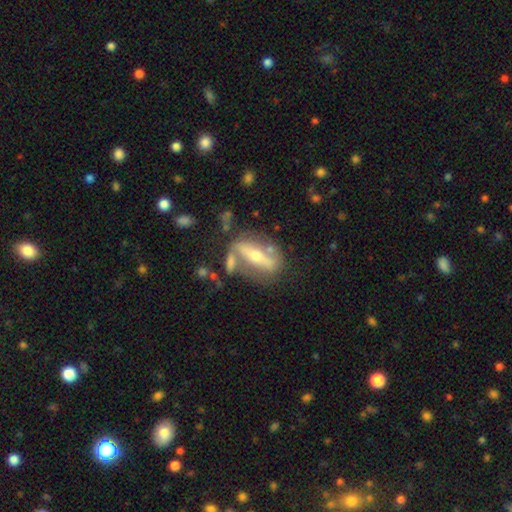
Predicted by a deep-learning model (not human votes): This is likely a featured or disk galaxy (71%). It is possibly not viewed edge-on (56%). Merging: likely none (63%).